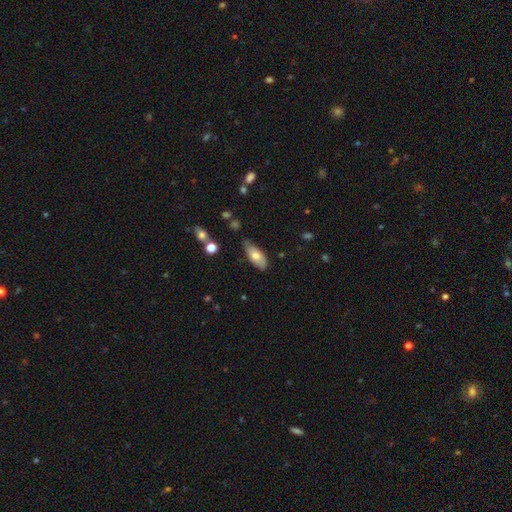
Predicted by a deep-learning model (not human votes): A smooth galaxy with no disk features (69%) that is in between round and cigar-shaped (84%). Merging: none (67%).